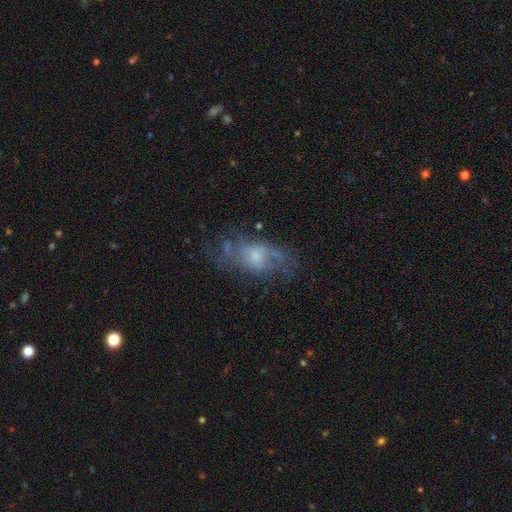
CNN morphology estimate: smooth-or-featured: featured or disk: 61% | smooth: 28% | star or artifact: 11%
  disk-edge-on: no: 91% | yes: 9%
    bar: no: 71% | weak: 25% | strong: 4%
    has-spiral-arms: yes: 55% | no: 45%
    bulge-size: small: 49% | moderate: 38% | none: 8% | large: 4% | dominant: 1%
  merging: none: 56% | minor disturbance: 22% | major disturbance: 19% | merger: 3%